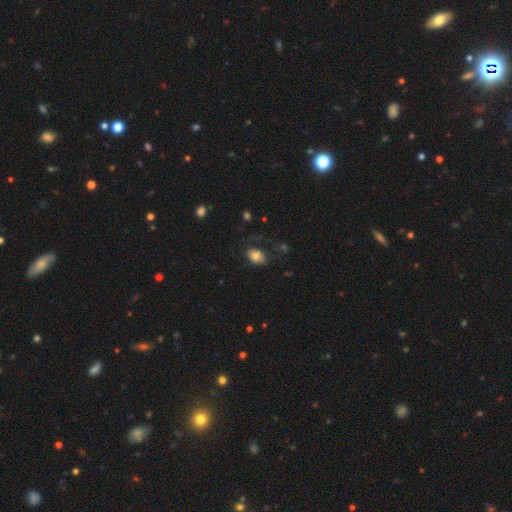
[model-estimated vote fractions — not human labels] Q: Smooth or featured?
A: smooth (77%); runner-up: featured or disk (14%)
Q: How rounded?
A: in between (81%); runner-up: round (18%)
Q: Merging?
A: none (54%); runner-up: minor disturbance (23%)